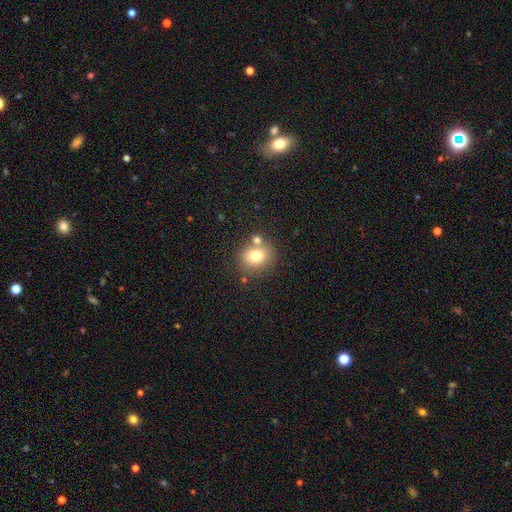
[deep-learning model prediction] Smooth or featured? Predicted: smooth (p=0.75). How rounded? Predicted: round (p=0.64). Merging? Predicted: none (p=0.67).